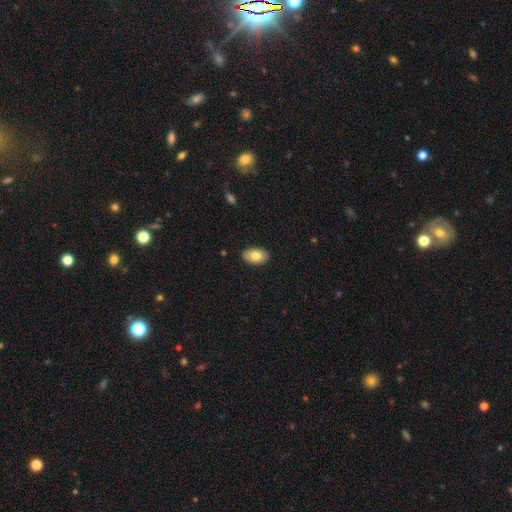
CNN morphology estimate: Smooth or featured? Predicted: smooth (p=0.79). How rounded? Predicted: in between (p=0.93). Merging? Predicted: none (p=0.89).